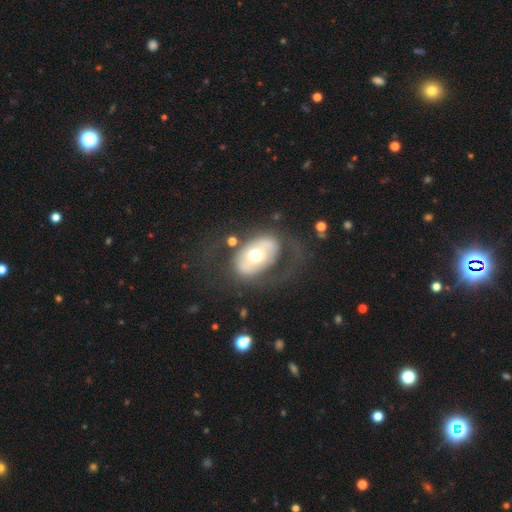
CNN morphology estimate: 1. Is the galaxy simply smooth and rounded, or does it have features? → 58% featured or disk, 36% smooth, 6% star or artifact.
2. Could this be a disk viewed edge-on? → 92% no, 8% yes.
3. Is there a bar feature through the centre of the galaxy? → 63% no, 21% weak, 16% strong.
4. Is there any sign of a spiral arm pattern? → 66% no, 34% yes.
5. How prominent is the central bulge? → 68% moderate, 21% large, 8% small, 3% dominant, 1% none.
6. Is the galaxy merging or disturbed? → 58% none, 23% major disturbance, 16% minor disturbance, 3% merger.